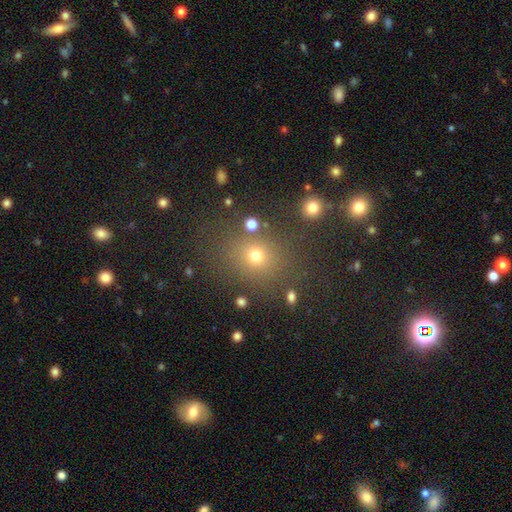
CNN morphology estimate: A smooth galaxy with no disk features (68%) that is round (67%).

Vote fractions:
- Smooth or featured? smooth: 68% / star or artifact: 23% / featured or disk: 9%
- How rounded? round: 67% / in between: 32% / cigar-shaped: 1%
- Merging? none: 78% / minor disturbance: 11% / merger: 6% / major disturbance: 5%